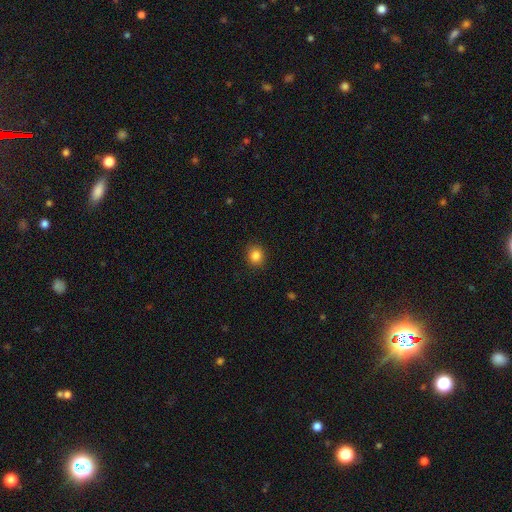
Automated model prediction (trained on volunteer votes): Smooth or featured: smooth — 85% (star or artifact — 11%)
How rounded: round — 80% (in between — 19%)
Merging: none — 89% (minor disturbance — 7%)